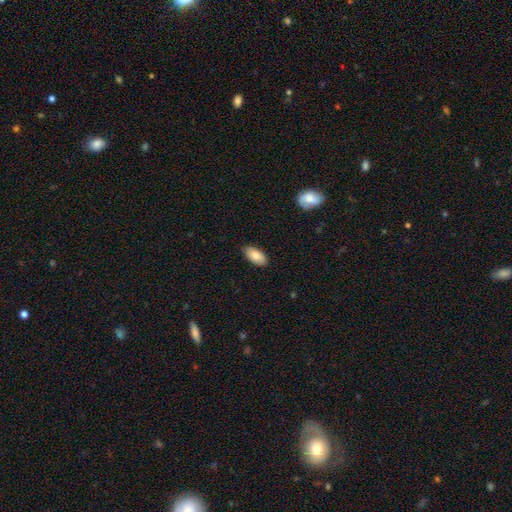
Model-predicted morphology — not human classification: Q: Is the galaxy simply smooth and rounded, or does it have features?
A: smooth — 83%.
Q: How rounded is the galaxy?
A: in between — 92%.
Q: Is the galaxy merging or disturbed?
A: none — 86%.